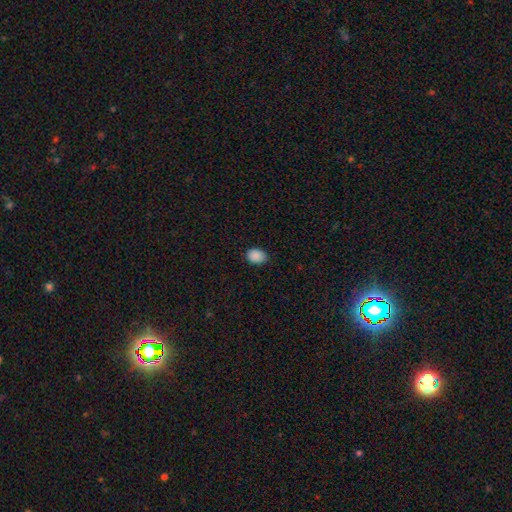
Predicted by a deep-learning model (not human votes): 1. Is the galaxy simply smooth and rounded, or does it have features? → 89% smooth, 8% star or artifact, 3% featured or disk.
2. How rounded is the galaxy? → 67% in between, 32% round, 1% cigar-shaped.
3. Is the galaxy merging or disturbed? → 82% none, 15% minor disturbance, 2% major disturbance, 1% merger.